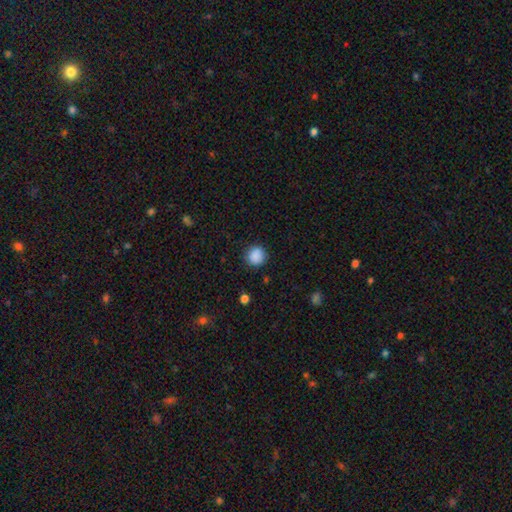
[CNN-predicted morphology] Smooth or featured: smooth — 88% (star or artifact — 9%)
How rounded: round — 89% (in between — 10%)
Merging: none — 87% (minor disturbance — 9%)